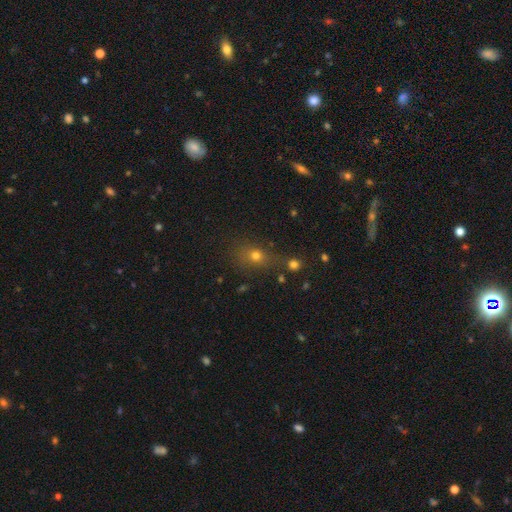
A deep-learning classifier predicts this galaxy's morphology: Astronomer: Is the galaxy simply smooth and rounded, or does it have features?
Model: smooth — 68%.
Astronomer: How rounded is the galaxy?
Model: round — 55% (runner-up: in between, 42%).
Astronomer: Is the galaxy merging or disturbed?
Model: none — 62%.